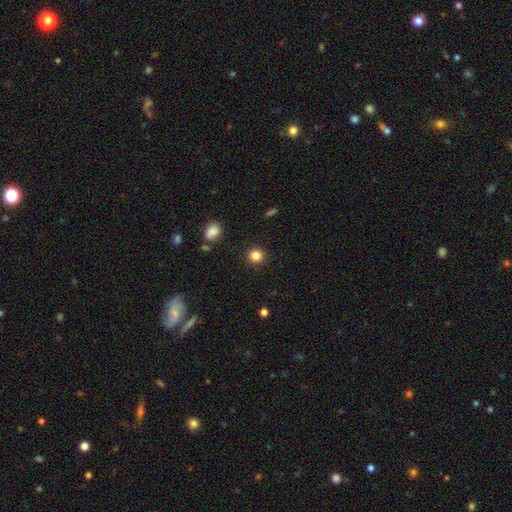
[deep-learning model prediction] Smooth or featured? Predicted: smooth (p=0.84). How rounded? Predicted: round (p=0.90). Merging? Predicted: none (p=0.91).